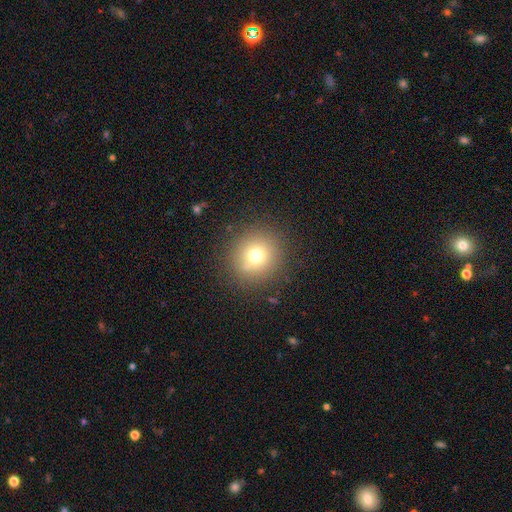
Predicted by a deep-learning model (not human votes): smooth 71%, star or artifact 17%, featured or disk 13%. Down the decision tree: how rounded — round (93%); merging — none (86%).